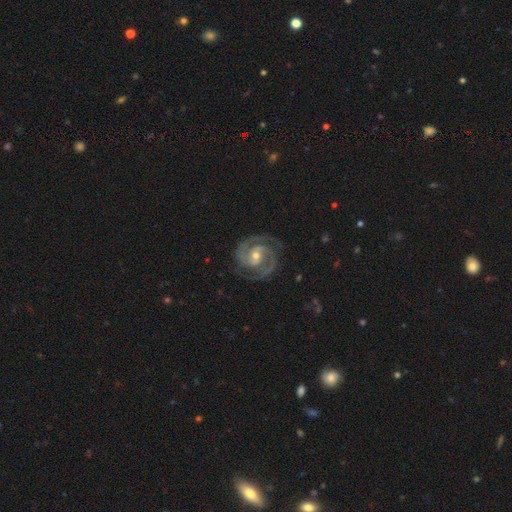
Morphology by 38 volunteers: Smooth or featured? 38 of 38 (100%) said featured or disk. Edge-on disk? 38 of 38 (100%) said no. Bar? 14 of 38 (37%, tied with no) said weak. Spiral arms? 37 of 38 (97%) said yes. Spiral winding? 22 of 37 (59%) said tight. Spiral arm count? 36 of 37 (97%) said 2. Bulge size? 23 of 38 (61%) said moderate. Merging? 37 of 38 (97%) said none.